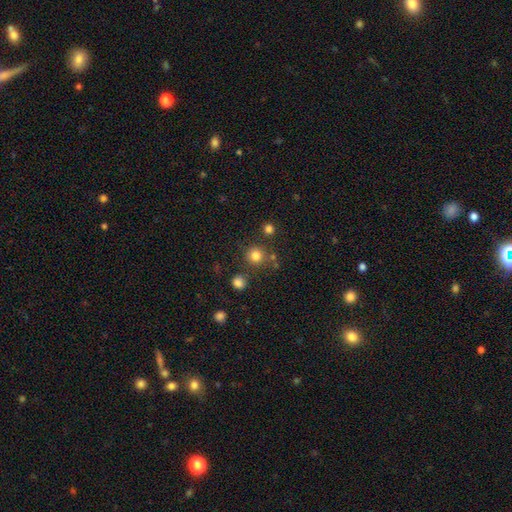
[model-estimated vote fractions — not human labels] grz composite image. It shows a smooth galaxy with no disk features (80%) that is round (92%). Merging: none (79%).